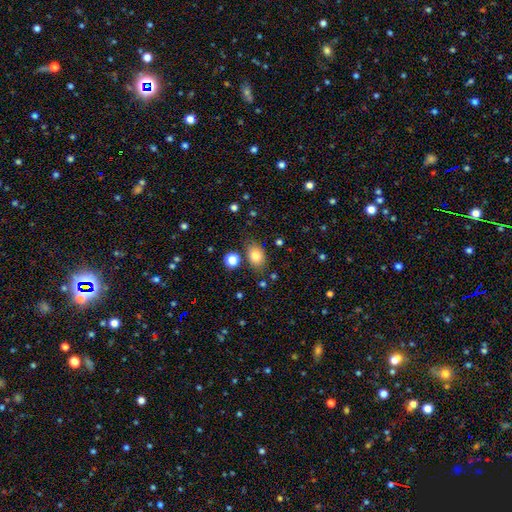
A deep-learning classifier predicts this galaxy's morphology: This appears to be a smooth galaxy with no disk features (80%) that is in between round and cigar-shaped (71%). Merging: none (77%).